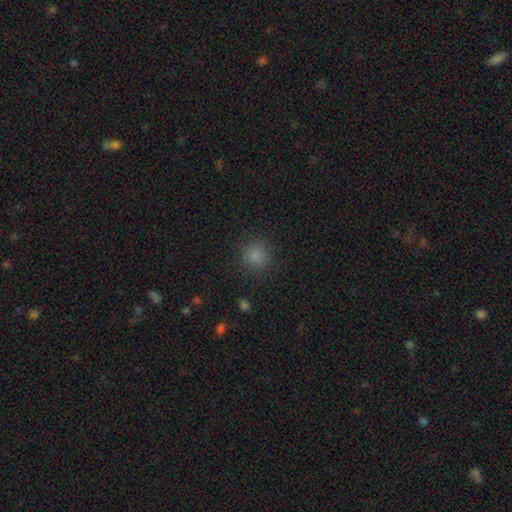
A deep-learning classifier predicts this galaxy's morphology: smooth-or-featured: smooth: 82% | star or artifact: 14% | featured or disk: 4%
  how-rounded: round: 92% | in between: 7% | cigar-shaped: 1%
  merging: none: 88% | minor disturbance: 8% | major disturbance: 3% | merger: 1%